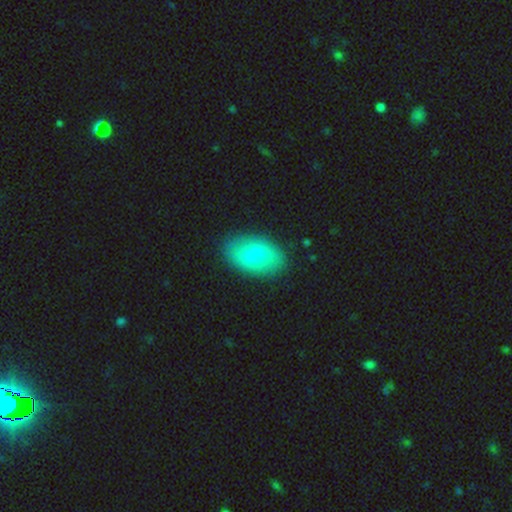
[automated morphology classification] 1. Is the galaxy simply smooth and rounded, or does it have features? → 70% smooth, 23% featured or disk, 7% star or artifact.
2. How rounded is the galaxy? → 90% in between, 8% round, 2% cigar-shaped.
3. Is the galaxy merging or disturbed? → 88% none, 9% minor disturbance, 2% major disturbance, 1% merger.